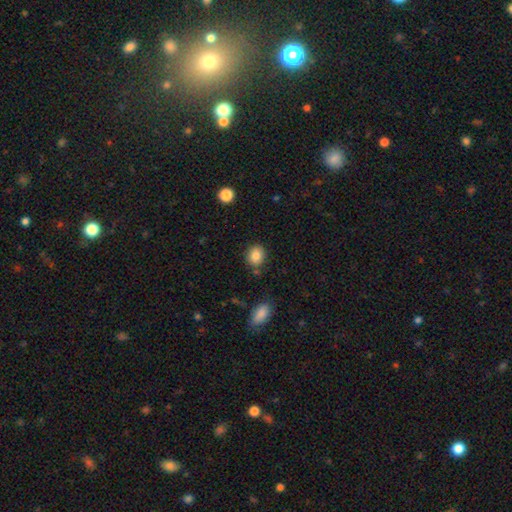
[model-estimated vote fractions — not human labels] Q: Smooth or featured?
A: smooth (85%); runner-up: star or artifact (9%)
Q: How rounded?
A: round (60%); runner-up: in between (39%)
Q: Merging?
A: none (82%); runner-up: minor disturbance (11%)